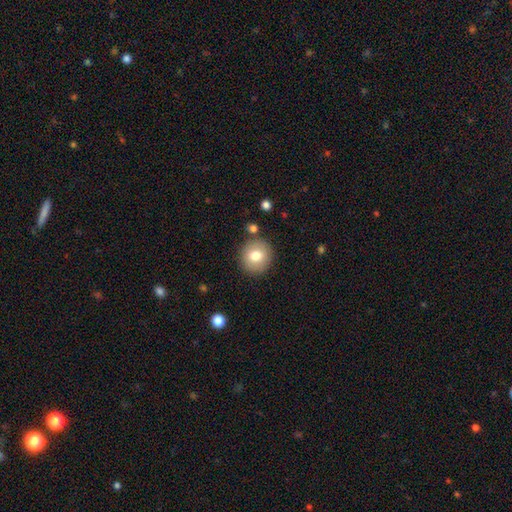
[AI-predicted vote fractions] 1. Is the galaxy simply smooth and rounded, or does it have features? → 77% smooth, 14% featured or disk, 10% star or artifact.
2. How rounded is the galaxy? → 91% round, 9% in between, 1% cigar-shaped.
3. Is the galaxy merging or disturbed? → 86% none, 8% minor disturbance, 4% merger, 2% major disturbance.